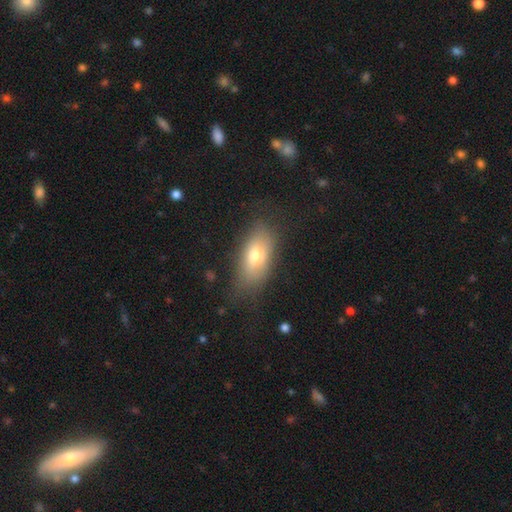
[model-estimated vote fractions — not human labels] A smooth galaxy with no disk features (66%) that is in between round and cigar-shaped (83%). Merging: none (71%).